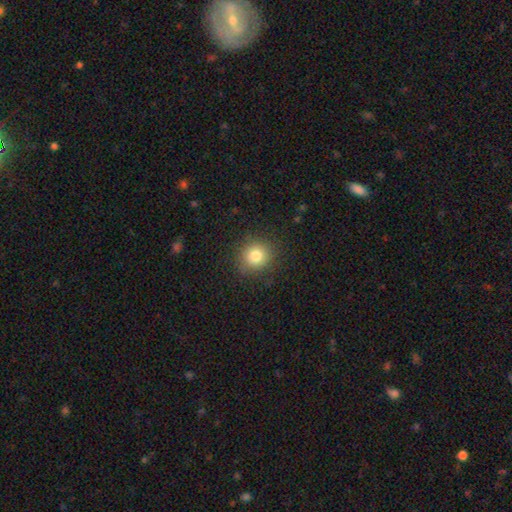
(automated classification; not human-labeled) Q: Smooth or featured?
A: smooth (81%); runner-up: star or artifact (12%)
Q: How rounded?
A: round (89%); runner-up: in between (10%)
Q: Merging?
A: none (87%); runner-up: minor disturbance (9%)